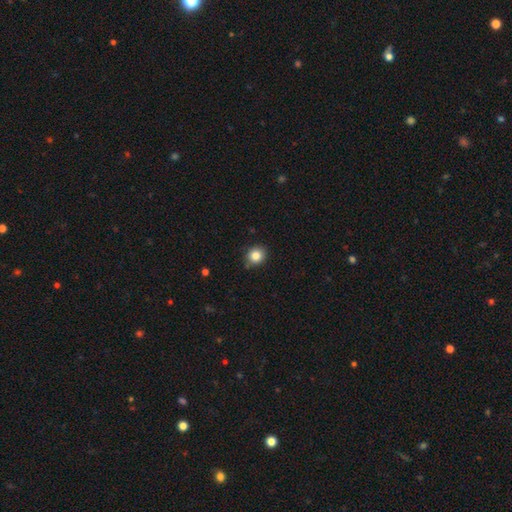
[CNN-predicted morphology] A smooth galaxy with no disk features (84%) that is round (82%). Merging: none (86%).